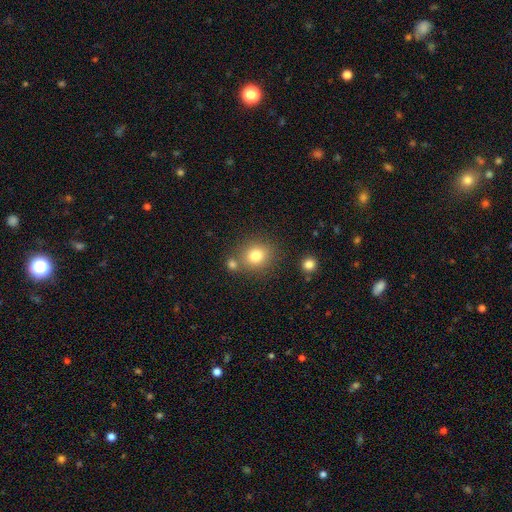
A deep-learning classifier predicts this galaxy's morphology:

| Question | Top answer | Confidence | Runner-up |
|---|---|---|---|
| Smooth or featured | smooth | 79% | star or artifact (12%) |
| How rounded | round | 78% | in between (21%) |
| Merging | none | 70% | merger (16%) |